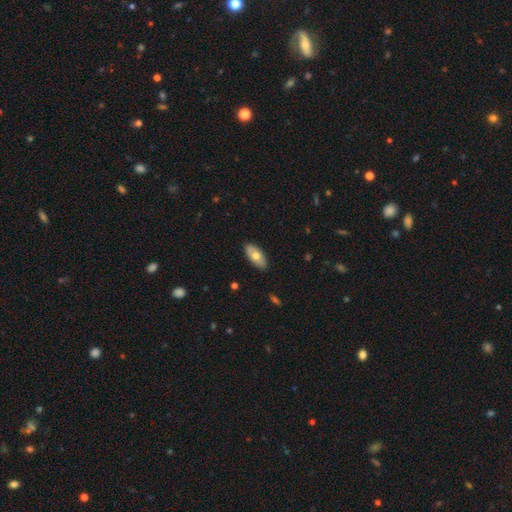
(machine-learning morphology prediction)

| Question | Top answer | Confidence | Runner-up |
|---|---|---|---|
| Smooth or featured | smooth | 64% | featured or disk (30%) |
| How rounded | in between | 92% | cigar-shaped (5%) |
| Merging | none | 87% | minor disturbance (10%) |